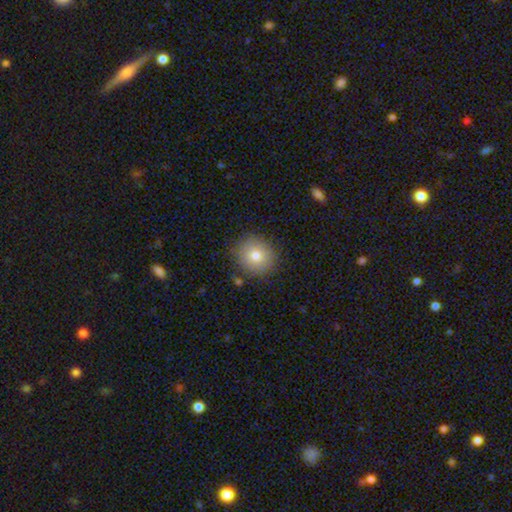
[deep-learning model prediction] Smooth or featured: smooth — 79% (featured or disk — 11%)
How rounded: round — 88% (in between — 11%)
Merging: none — 86% (minor disturbance — 9%)